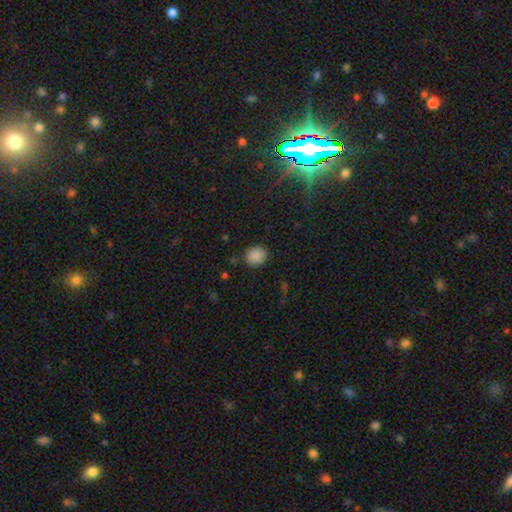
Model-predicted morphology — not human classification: Overall: smooth (87%). How rounded: round (81%). Merging: none (86%).